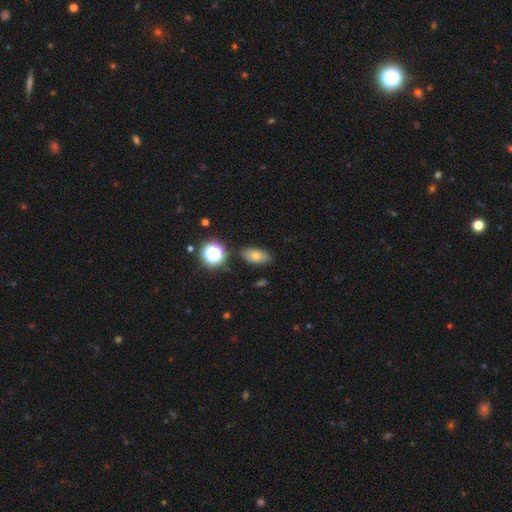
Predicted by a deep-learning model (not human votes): Overall: smooth (65%). How rounded: in between (84%). Merging: none (84%).